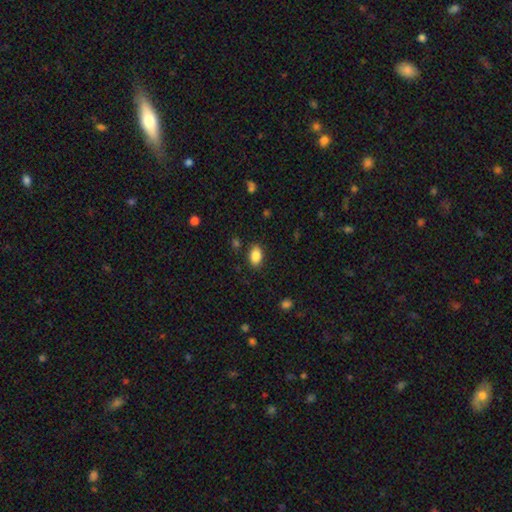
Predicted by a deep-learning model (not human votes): Smooth or featured? smooth (86%)
How rounded? in between (88%)
Merging? none (85%)